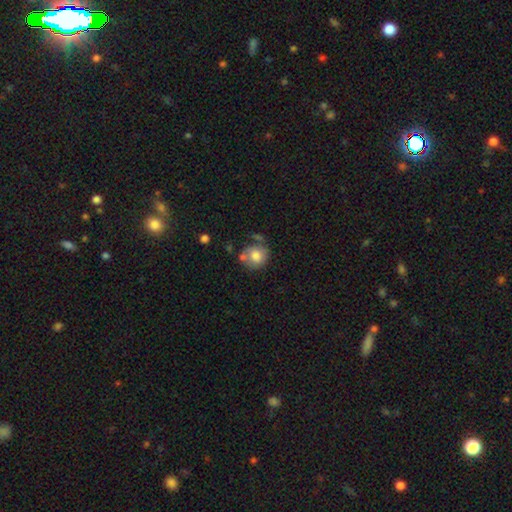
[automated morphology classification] Smooth or featured? Predicted: smooth (p=0.74). How rounded? Predicted: round (p=0.81). Merging? Predicted: none (p=0.55).